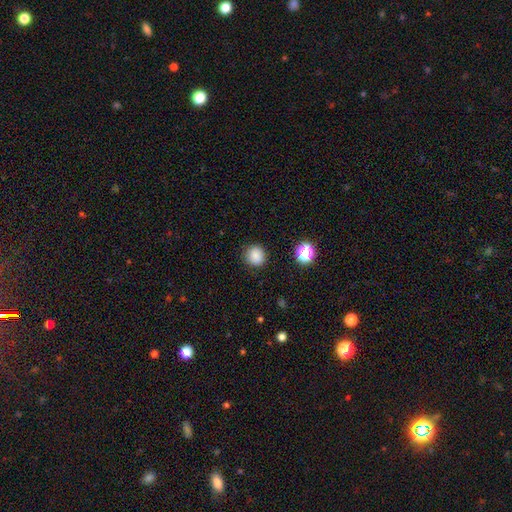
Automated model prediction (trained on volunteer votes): smooth_or_featured: smooth (p=0.85) [alt: star or artifact p=0.12]
how_rounded: round (p=0.86) [alt: in between p=0.13]
merging: none (p=0.87) [alt: minor disturbance p=0.09]